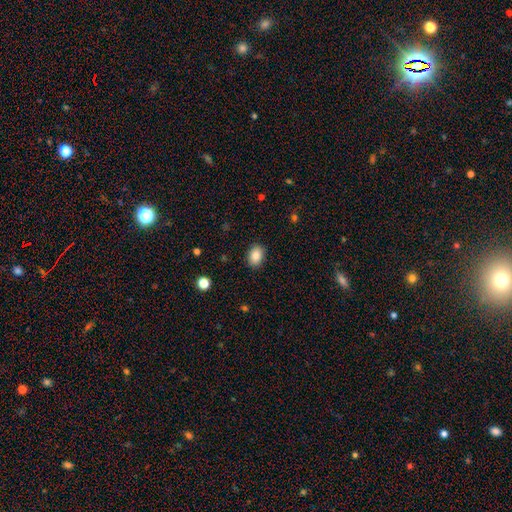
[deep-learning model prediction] Q: Smooth or featured?
A: smooth (88%); runner-up: star or artifact (8%)
Q: How rounded?
A: in between (74%); runner-up: round (26%)
Q: Merging?
A: none (88%); runner-up: minor disturbance (9%)